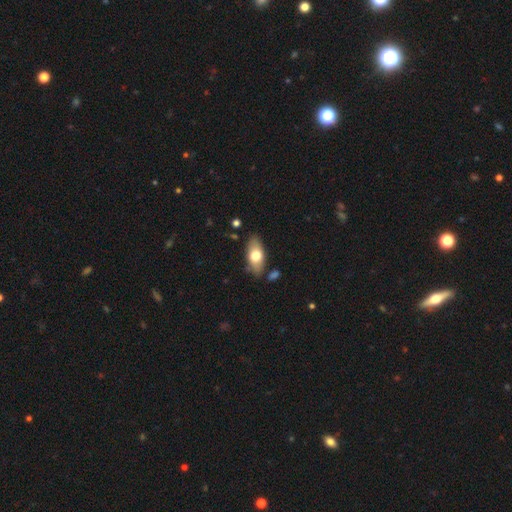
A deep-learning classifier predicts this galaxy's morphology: Smooth or featured? smooth (69%)
How rounded? in between (88%)
Merging? none (80%)